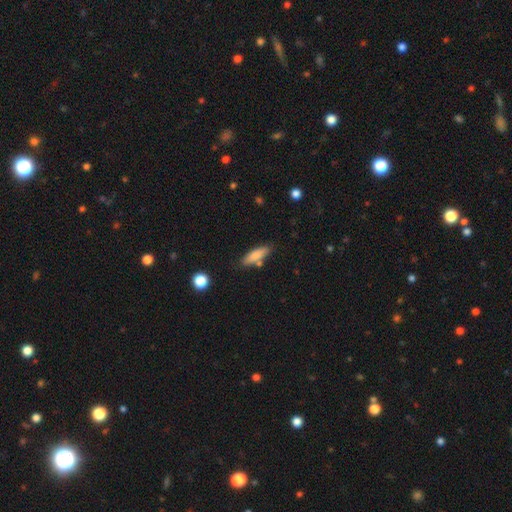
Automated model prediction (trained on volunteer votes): Smooth or featured: smooth — 80% (featured or disk — 13%)
How rounded: cigar-shaped — 54% (in between — 44%)
Merging: none — 74% (minor disturbance — 14%)